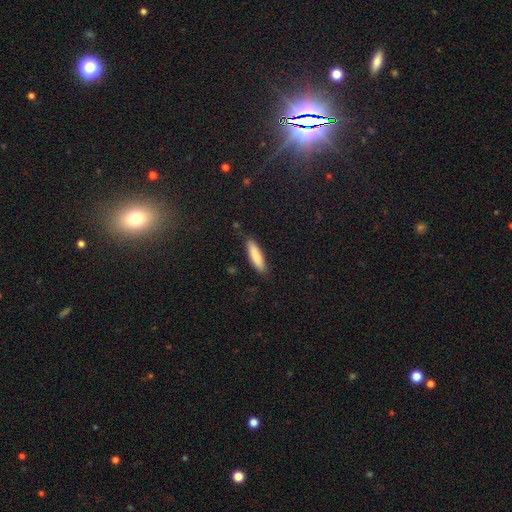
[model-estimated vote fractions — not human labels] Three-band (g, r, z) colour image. It shows a smooth galaxy with no disk features (85%) that is cigar-shaped (70%). Merging: none (84%).